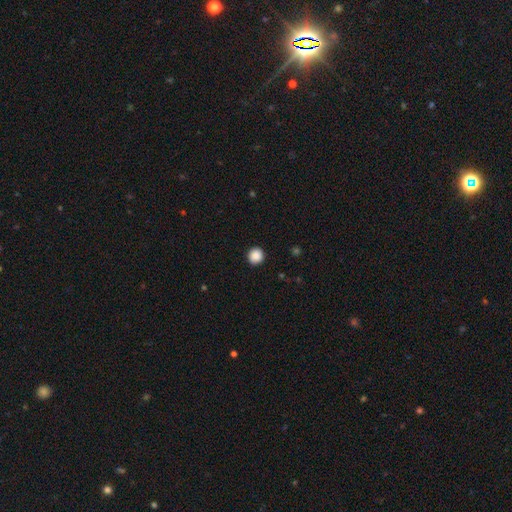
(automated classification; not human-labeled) Smooth or featured: smooth — 88% (star or artifact — 9%)
How rounded: round — 93% (in between — 6%)
Merging: none — 91% (minor disturbance — 6%)